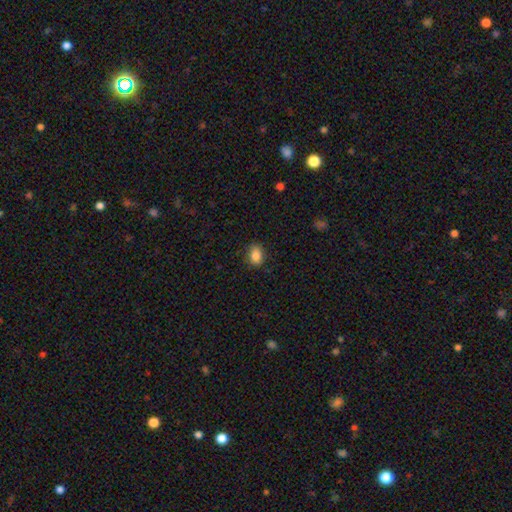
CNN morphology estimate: smooth 86%, star or artifact 9%, featured or disk 6%. Down the decision tree: how rounded — in between (77%); merging — none (82%).